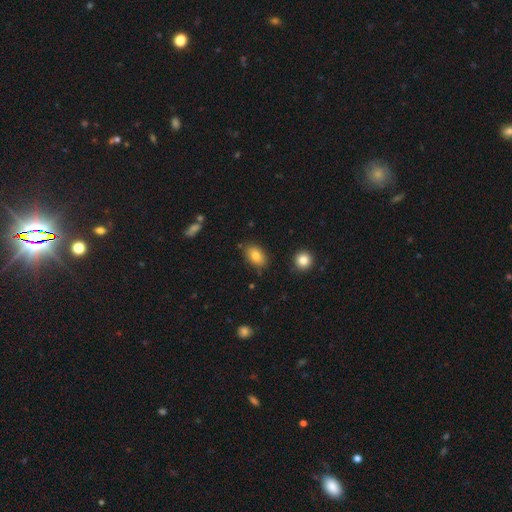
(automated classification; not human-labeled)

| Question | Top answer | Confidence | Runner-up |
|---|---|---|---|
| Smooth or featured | smooth | 82% | featured or disk (9%) |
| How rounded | in between | 87% | round (12%) |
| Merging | none | 81% | minor disturbance (13%) |